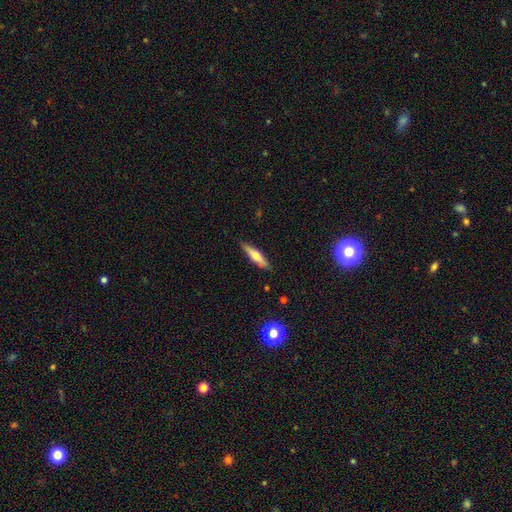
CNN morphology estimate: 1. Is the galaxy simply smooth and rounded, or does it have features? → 47% featured or disk, 46% smooth, 7% star or artifact.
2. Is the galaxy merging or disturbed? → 87% none, 10% minor disturbance, 2% major disturbance, 1% merger.